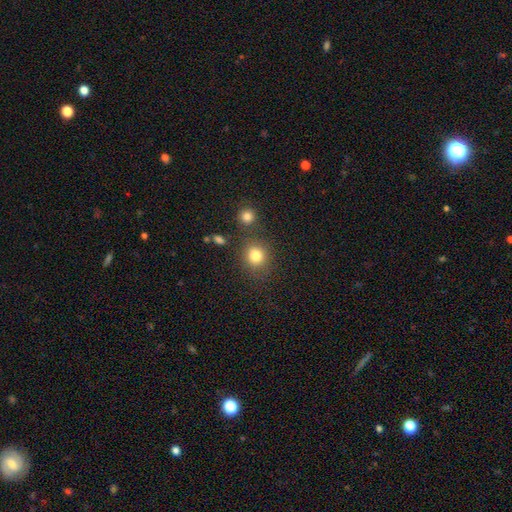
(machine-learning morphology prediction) This appears to be a smooth galaxy with no disk features (82%) that is round (82%). Merging: none (76%).